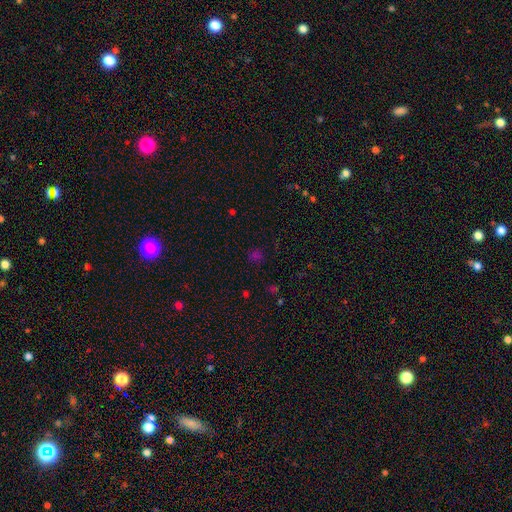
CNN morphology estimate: Smooth or featured?
  - smooth: 56% *
  - star or artifact: 39%
  - featured or disk: 6%
How rounded?
  - round: 75% *
  - in between: 24%
  - cigar-shaped: 1%
Merging?
  - none: 76% *
  - minor disturbance: 14%
  - major disturbance: 6%
  - merger: 4%